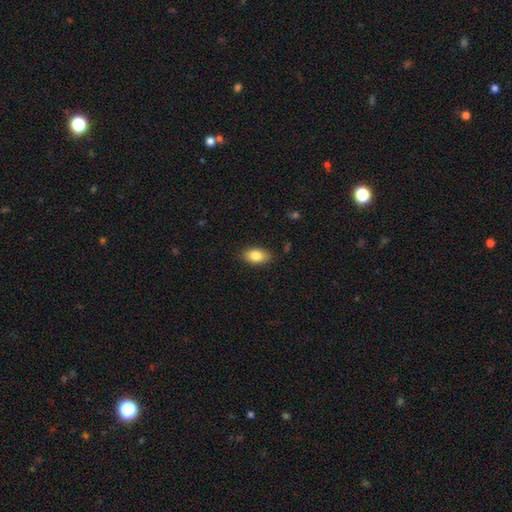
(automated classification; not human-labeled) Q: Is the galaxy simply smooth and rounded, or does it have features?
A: smooth — 83%.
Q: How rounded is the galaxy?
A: in between — 91%.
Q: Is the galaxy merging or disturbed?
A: none — 86%.